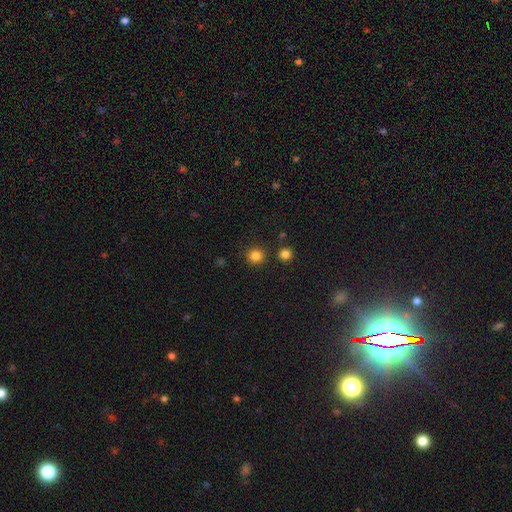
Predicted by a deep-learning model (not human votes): A smooth galaxy with no disk features (83%) that is round (94%).

Vote fractions:
- Smooth or featured? smooth: 83% / star or artifact: 13% / featured or disk: 4%
- How rounded? round: 94% / in between: 5% / cigar-shaped: 1%
- Merging? none: 89% / minor disturbance: 5% / merger: 3% / major disturbance: 2%